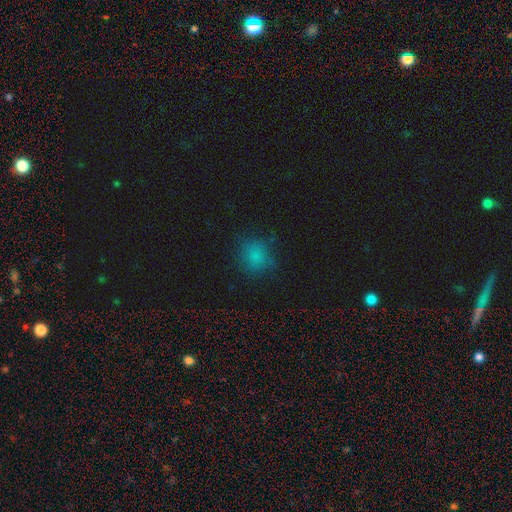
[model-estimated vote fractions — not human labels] Smooth or featured?
  - smooth: 76% *
  - star or artifact: 17%
  - featured or disk: 7%
How rounded?
  - round: 78% *
  - in between: 21%
  - cigar-shaped: 1%
Merging?
  - none: 77% *
  - minor disturbance: 16%
  - major disturbance: 6%
  - merger: 2%